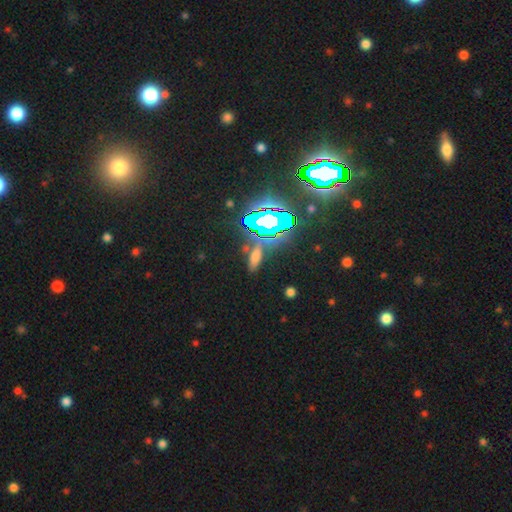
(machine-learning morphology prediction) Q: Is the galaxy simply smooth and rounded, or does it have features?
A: smooth — 47%.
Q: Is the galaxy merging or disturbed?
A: none — 73%.